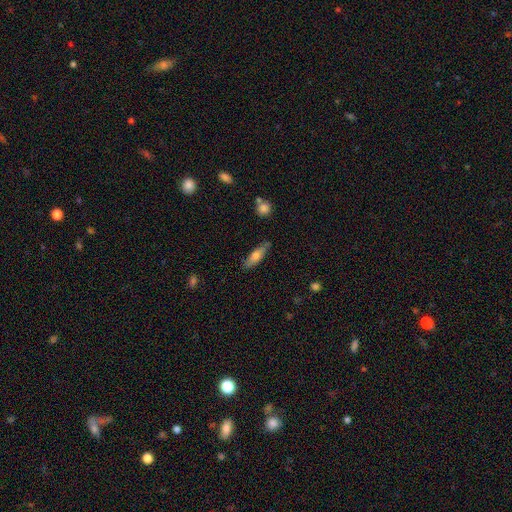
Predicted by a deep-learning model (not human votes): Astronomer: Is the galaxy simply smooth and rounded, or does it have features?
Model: smooth — 67%.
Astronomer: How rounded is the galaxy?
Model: cigar-shaped — 50% (runner-up: in between, 47%).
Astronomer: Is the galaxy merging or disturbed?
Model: none — 77%.